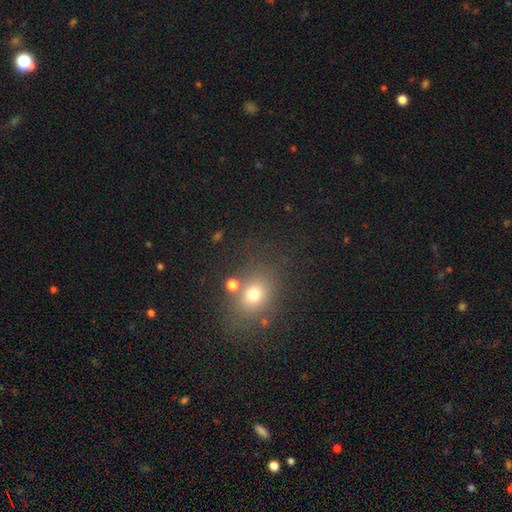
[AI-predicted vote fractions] smooth 56%, star or artifact 34%, featured or disk 10%. Down the decision tree: how rounded — round (59%); merging — none (76%).